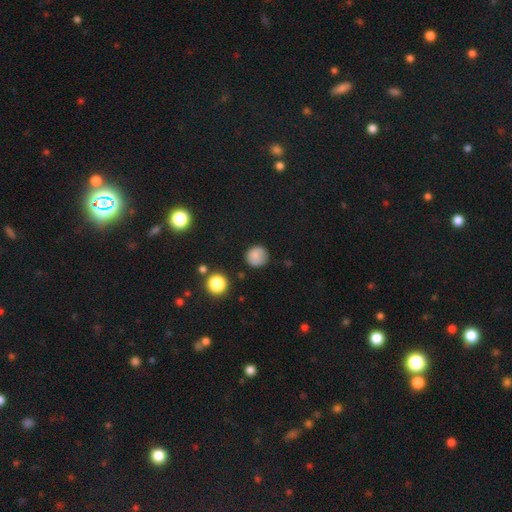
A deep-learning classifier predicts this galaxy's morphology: type=smooth (81%); roundness=round (92%); merging=none (79%).